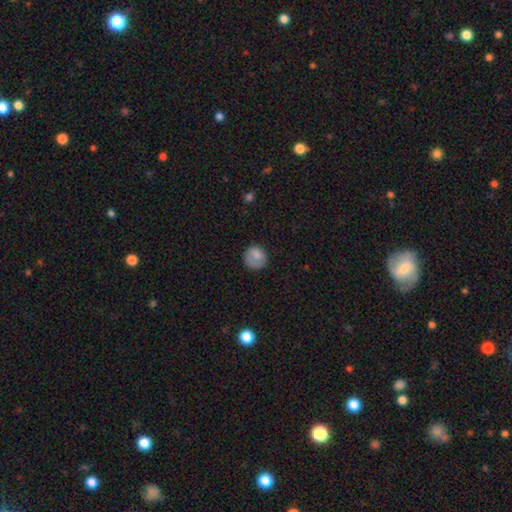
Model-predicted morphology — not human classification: Smooth or featured?
  - smooth: 81% *
  - featured or disk: 10%
  - star or artifact: 9%
How rounded?
  - round: 82% *
  - in between: 17%
  - cigar-shaped: 1%
Merging?
  - none: 65% *
  - minor disturbance: 23%
  - major disturbance: 10%
  - merger: 2%